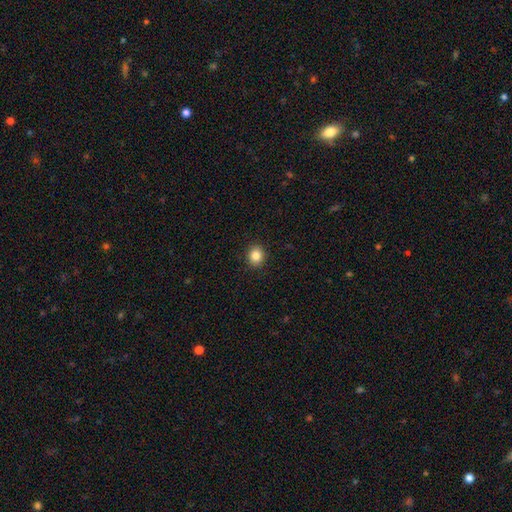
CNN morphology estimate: smooth-or-featured: smooth: 85% | star or artifact: 10% | featured or disk: 5%
  how-rounded: round: 72% | in between: 27% | cigar-shaped: 1%
  merging: none: 92% | minor disturbance: 6% | major disturbance: 2% | merger: 1%